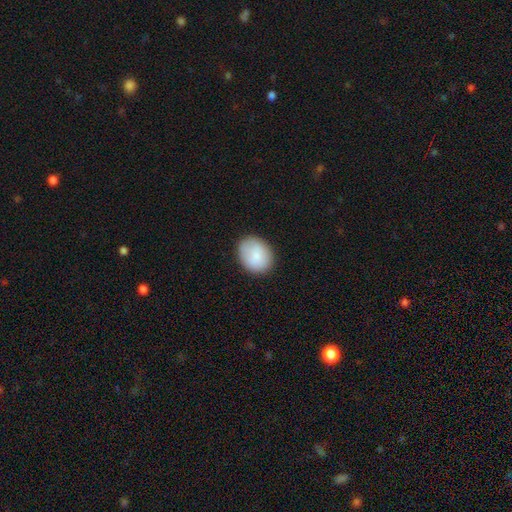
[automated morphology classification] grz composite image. It shows a smooth galaxy with no disk features (83%) that is round (50%). Merging: none (83%).